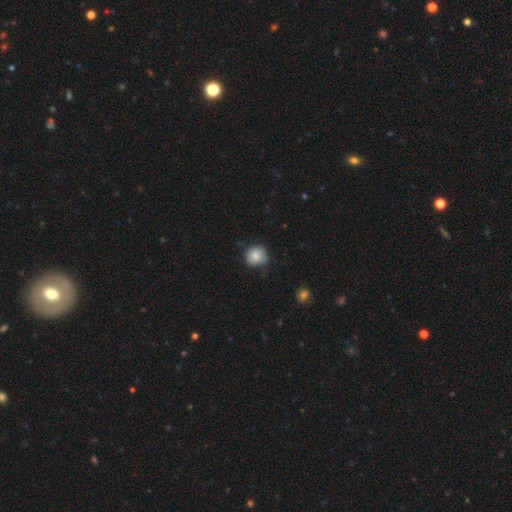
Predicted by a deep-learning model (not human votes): Smooth or featured? smooth (80%)
How rounded? round (84%)
Merging? none (67%)